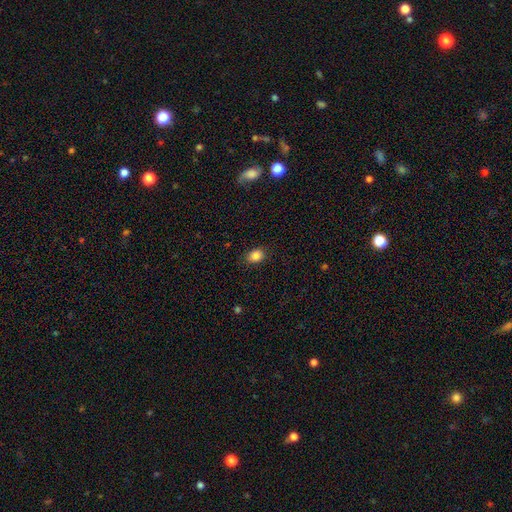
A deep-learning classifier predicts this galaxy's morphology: Smooth or featured? smooth (85%)
How rounded? in between (61%)
Merging? none (84%)